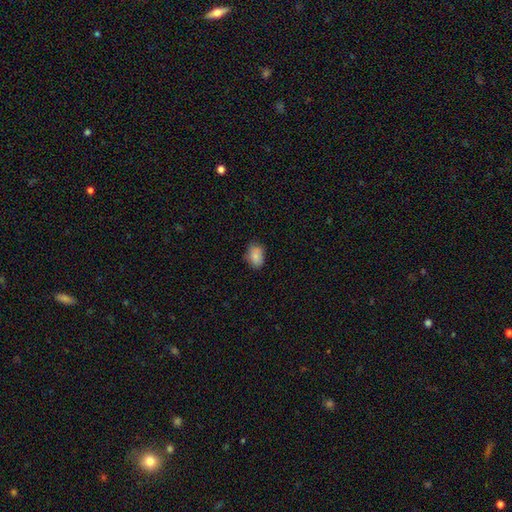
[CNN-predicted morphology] Q: Smooth or featured?
A: smooth (84%); runner-up: star or artifact (8%)
Q: How rounded?
A: in between (81%); runner-up: round (18%)
Q: Merging?
A: none (73%); runner-up: minor disturbance (22%)